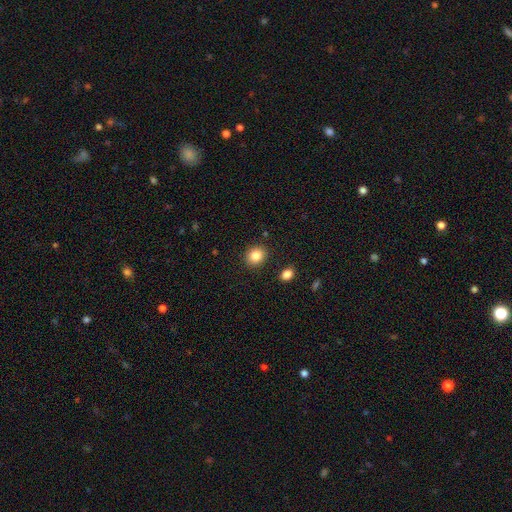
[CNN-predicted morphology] This appears to be a smooth galaxy with no disk features (85%) that is round (65%). Merging: none (88%).